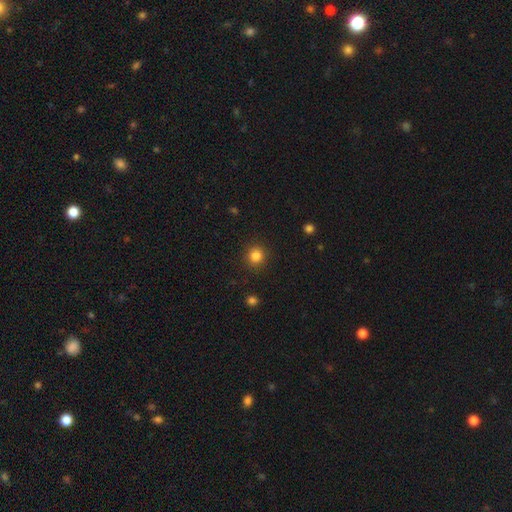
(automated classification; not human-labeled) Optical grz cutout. It shows a smooth galaxy with no disk features (84%) that is round (92%). Merging: none (91%).